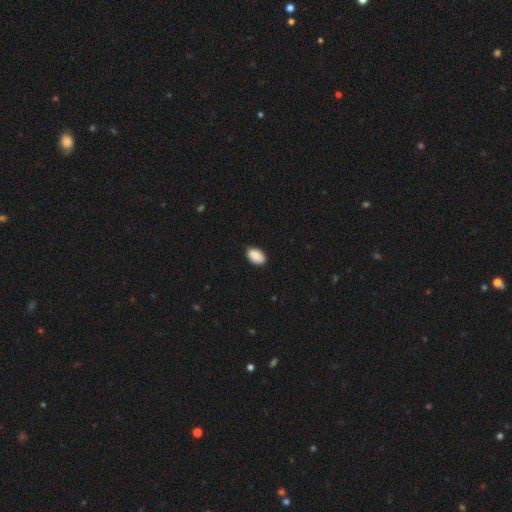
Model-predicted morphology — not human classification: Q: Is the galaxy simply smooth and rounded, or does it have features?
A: smooth — 90%.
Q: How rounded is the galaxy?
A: in between — 93%.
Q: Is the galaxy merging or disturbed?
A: none — 87%.